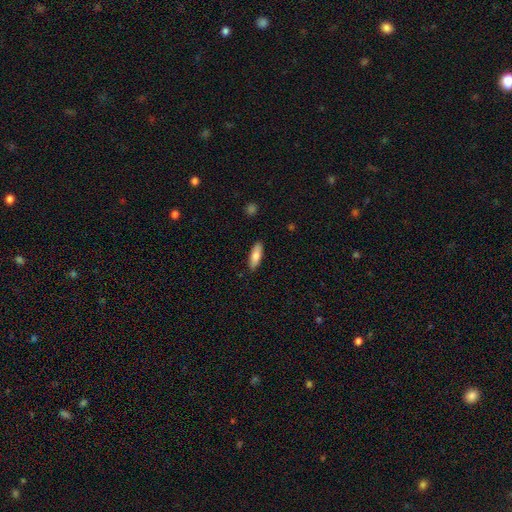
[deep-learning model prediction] A smooth galaxy with no disk features (77%) that is in between round and cigar-shaped (58%).

Vote fractions:
- Smooth or featured? smooth: 77% / featured or disk: 17% / star or artifact: 6%
- How rounded? in between: 58% / cigar-shaped: 40% / round: 2%
- Merging? none: 88% / minor disturbance: 9% / major disturbance: 2% / merger: 1%